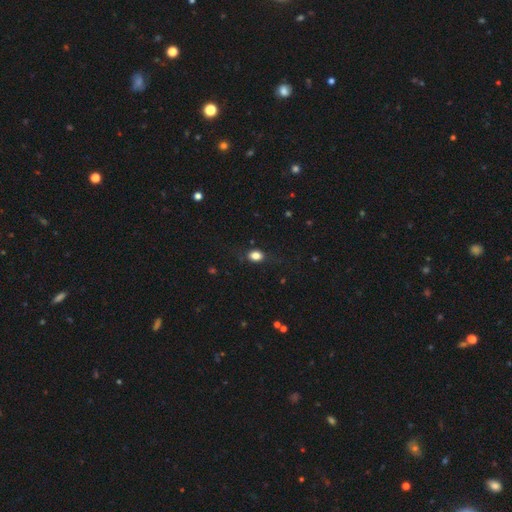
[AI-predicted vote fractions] This is clearly a smooth galaxy (80%). How rounded: possibly in between (58%). Merging: likely none (77%).